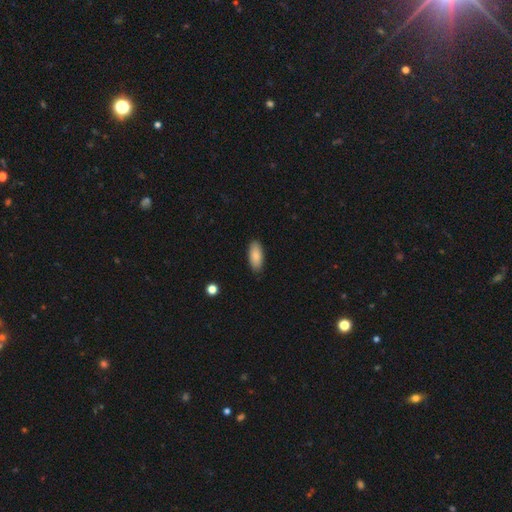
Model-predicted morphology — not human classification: A smooth galaxy with no disk features (87%) that is in between round and cigar-shaped (84%).

Vote fractions:
- Smooth or featured? smooth: 87% / featured or disk: 7% / star or artifact: 6%
- How rounded? in between: 84% / cigar-shaped: 14% / round: 2%
- Merging? none: 87% / minor disturbance: 10% / major disturbance: 2% / merger: 1%